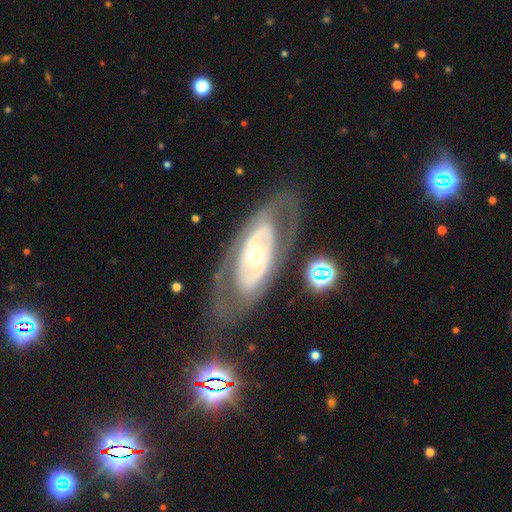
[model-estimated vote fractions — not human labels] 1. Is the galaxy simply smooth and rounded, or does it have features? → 75% featured or disk, 19% smooth, 6% star or artifact.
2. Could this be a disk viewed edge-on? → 89% no, 11% yes.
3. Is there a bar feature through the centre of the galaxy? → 78% no, 13% weak, 8% strong.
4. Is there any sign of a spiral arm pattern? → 67% no, 33% yes.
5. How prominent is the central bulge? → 56% moderate, 36% small, 6% large, 1% dominant, 1% none.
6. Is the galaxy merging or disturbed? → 73% none, 13% minor disturbance, 11% major disturbance, 3% merger.